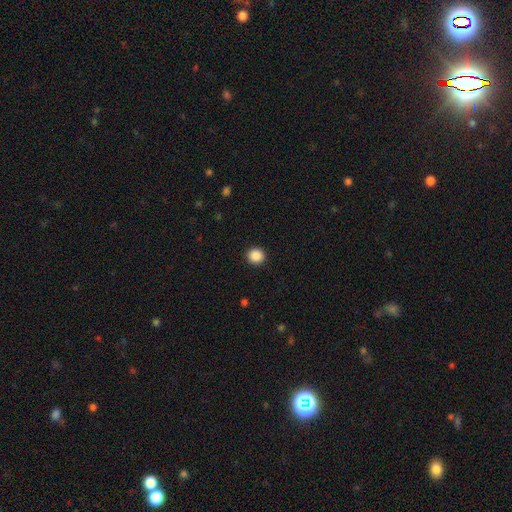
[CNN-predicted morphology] A smooth galaxy with no disk features (88%) that is round (94%).

Vote fractions:
- Smooth or featured? smooth: 88% / star or artifact: 10% / featured or disk: 3%
- How rounded? round: 94% / in between: 5% / cigar-shaped: 1%
- Merging? none: 93% / minor disturbance: 5% / major disturbance: 2% / merger: 1%